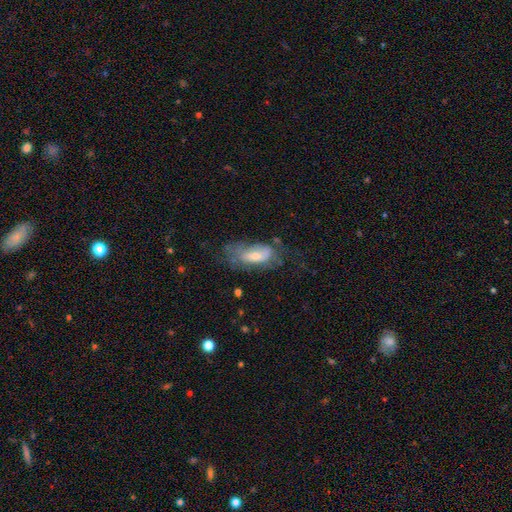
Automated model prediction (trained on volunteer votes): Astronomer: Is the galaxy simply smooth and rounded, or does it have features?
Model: smooth — 47% (runner-up: featured or disk, 43%).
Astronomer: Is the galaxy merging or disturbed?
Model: none — 42% (runner-up: minor disturbance, 29%).